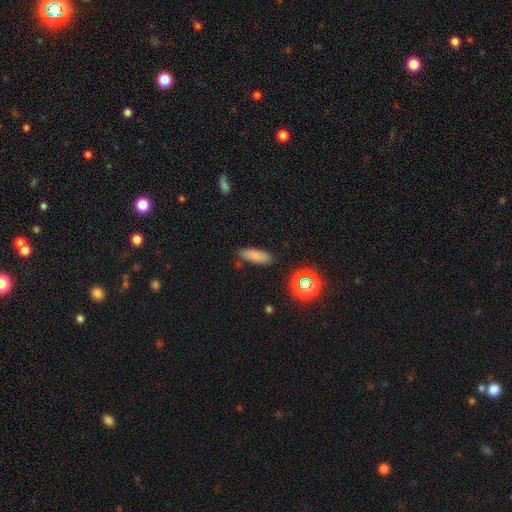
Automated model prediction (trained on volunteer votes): Morphology: type=smooth (80%); roundness=in between (55%); merging=none (82%).